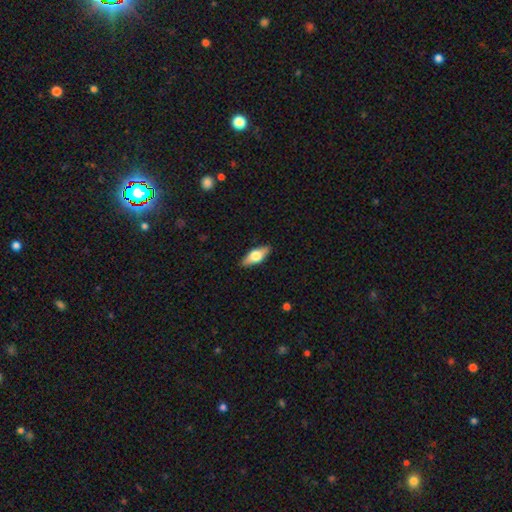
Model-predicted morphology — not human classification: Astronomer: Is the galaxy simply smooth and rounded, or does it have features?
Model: smooth — 52% (runner-up: featured or disk, 42%).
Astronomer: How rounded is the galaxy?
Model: in between — 75%.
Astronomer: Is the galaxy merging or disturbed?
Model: none — 88%.